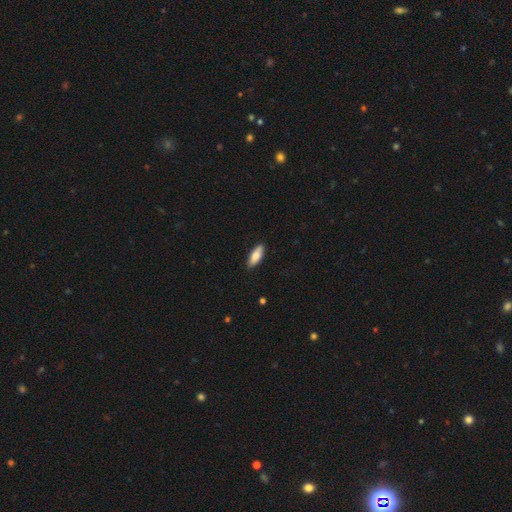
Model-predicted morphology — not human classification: A smooth galaxy with no disk features (85%) that is in between round and cigar-shaped (73%).

Vote fractions:
- Smooth or featured? smooth: 85% / featured or disk: 10% / star or artifact: 6%
- How rounded? in between: 73% / cigar-shaped: 25% / round: 2%
- Merging? none: 88% / minor disturbance: 10% / major disturbance: 2% / merger: 1%